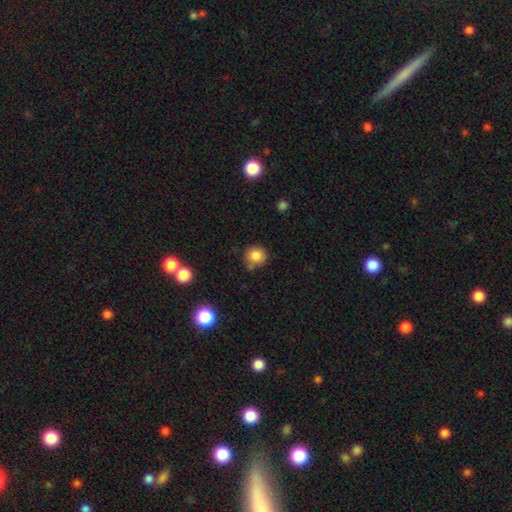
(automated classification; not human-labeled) A smooth galaxy with no disk features (83%) that is round (89%). Merging: none (72%).